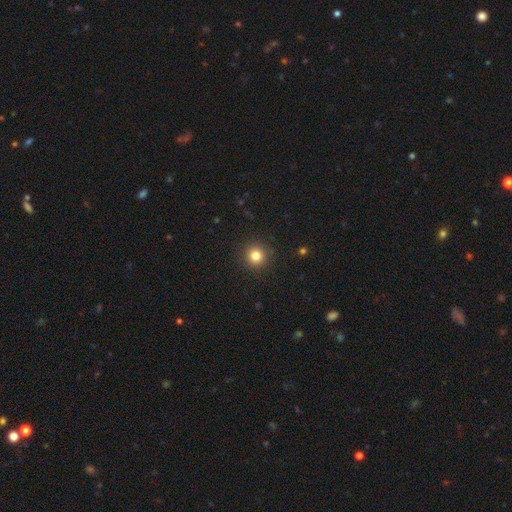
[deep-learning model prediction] A smooth galaxy with no disk features (81%) that is round (95%).

Vote fractions:
- Smooth or featured? smooth: 81% / star or artifact: 13% / featured or disk: 6%
- How rounded? round: 95% / in between: 4% / cigar-shaped: 1%
- Merging? none: 92% / minor disturbance: 5% / major disturbance: 2% / merger: 1%